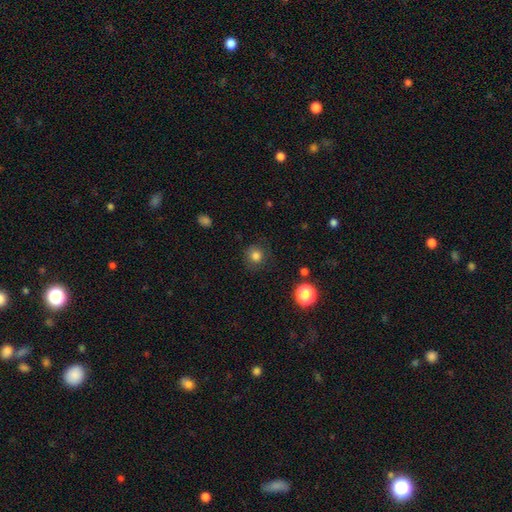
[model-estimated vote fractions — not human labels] Morphology: type=smooth (81%); roundness=round (90%); merging=none (83%).